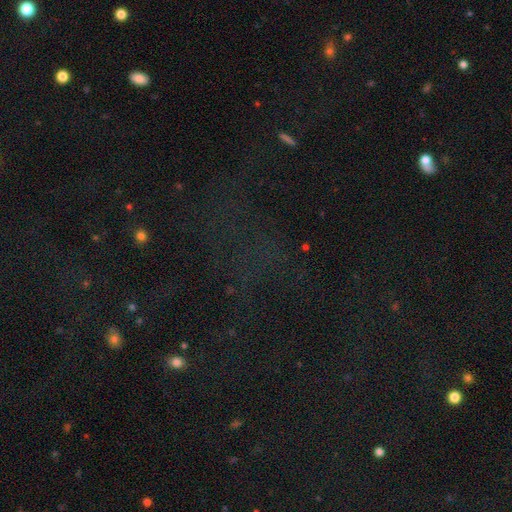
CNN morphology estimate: Smooth or featured?
  - star or artifact: 69% *
  - smooth: 19%
  - featured or disk: 12%